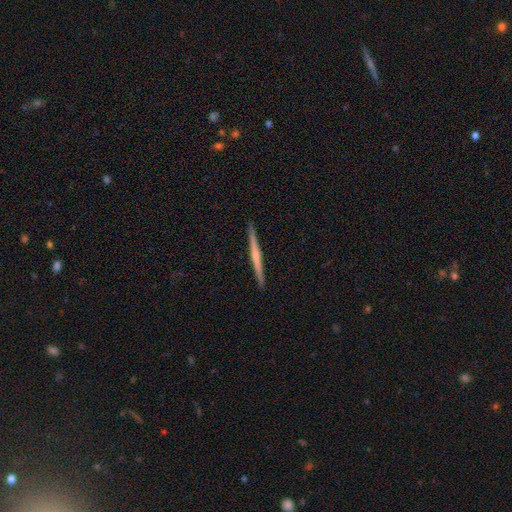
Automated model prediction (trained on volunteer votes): smooth-or-featured: featured or disk: 59% | smooth: 35% | star or artifact: 5%
  disk-edge-on: yes: 98% | no: 2%
    edge-on-bulge: none: 54% | rounded: 37% | boxy: 10%
  merging: none: 93% | minor disturbance: 5% | major disturbance: 1% | merger: 1%